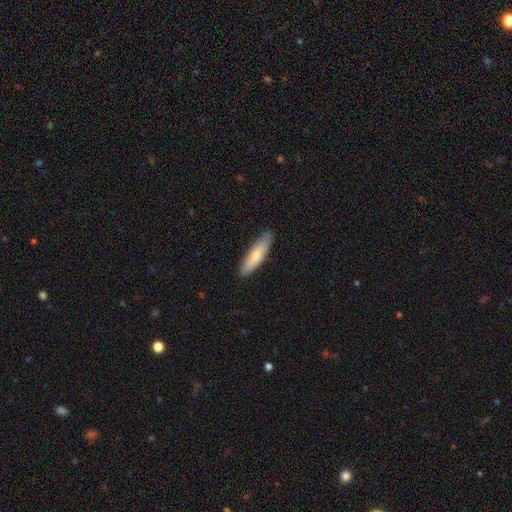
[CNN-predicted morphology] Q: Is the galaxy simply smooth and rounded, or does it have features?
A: smooth — 74%.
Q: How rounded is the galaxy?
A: cigar-shaped — 65%.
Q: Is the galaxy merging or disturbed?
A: none — 87%.